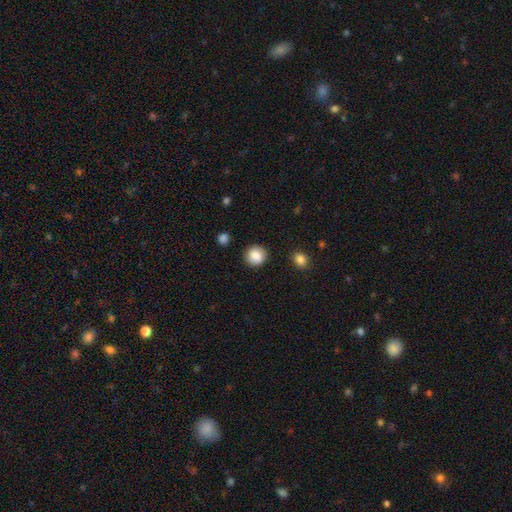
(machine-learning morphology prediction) Smooth or featured? smooth (87%)
How rounded? round (88%)
Merging? none (87%)